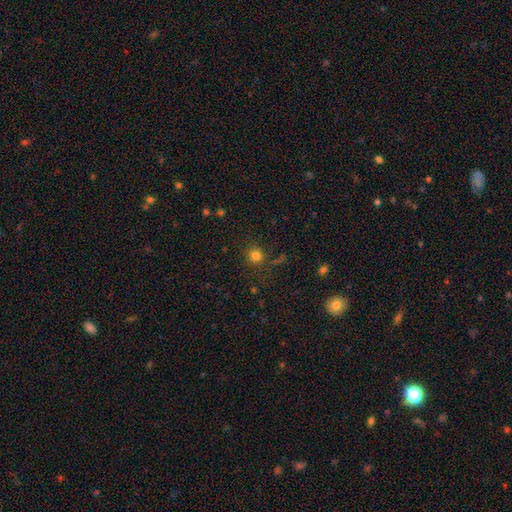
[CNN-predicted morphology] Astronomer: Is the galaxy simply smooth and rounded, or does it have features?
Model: smooth — 79%.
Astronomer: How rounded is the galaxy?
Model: round — 91%.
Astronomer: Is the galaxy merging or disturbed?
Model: none — 82%.